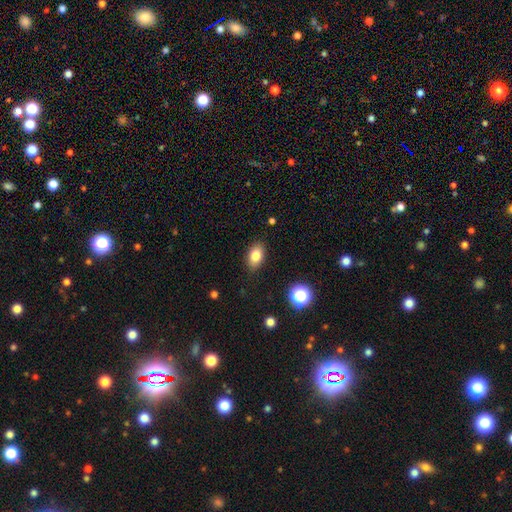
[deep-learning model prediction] smooth 82%, star or artifact 10%, featured or disk 8%. Down the decision tree: how rounded — in between (87%); merging — none (87%).